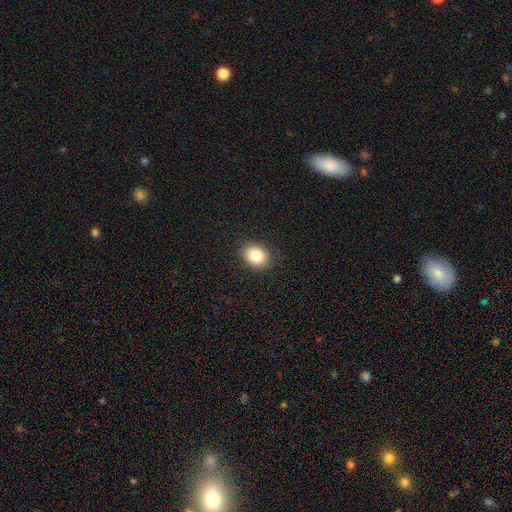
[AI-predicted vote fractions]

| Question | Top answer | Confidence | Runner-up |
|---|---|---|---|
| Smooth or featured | smooth | 84% | star or artifact (9%) |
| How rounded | in between | 56% | round (43%) |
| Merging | none | 89% | minor disturbance (8%) |